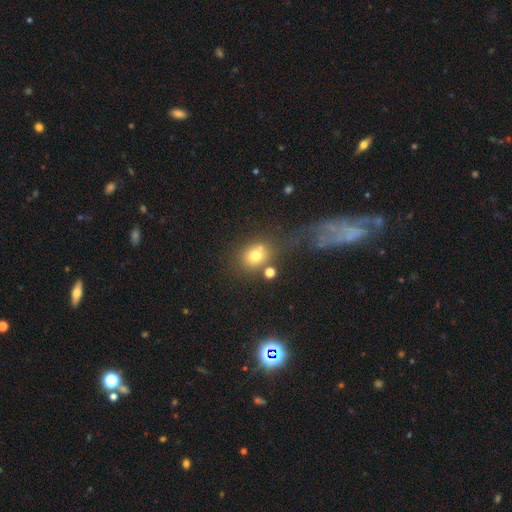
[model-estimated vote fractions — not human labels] Morphology: type=smooth (72%); roundness=round (62%); merging=none (50%).